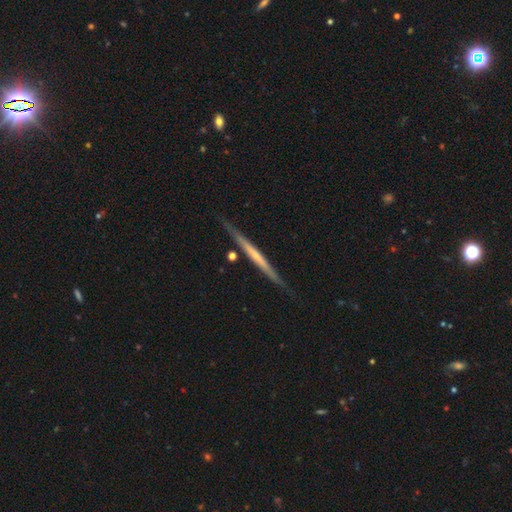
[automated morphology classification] smooth_or_featured: featured or disk (p=0.67) [alt: smooth p=0.28]
disk_edge_on: yes (p=0.97) [alt: no p=0.03]
edge_on_bulge: none (p=0.71) [alt: rounded p=0.24]
merging: none (p=0.84) [alt: minor disturbance p=0.11]